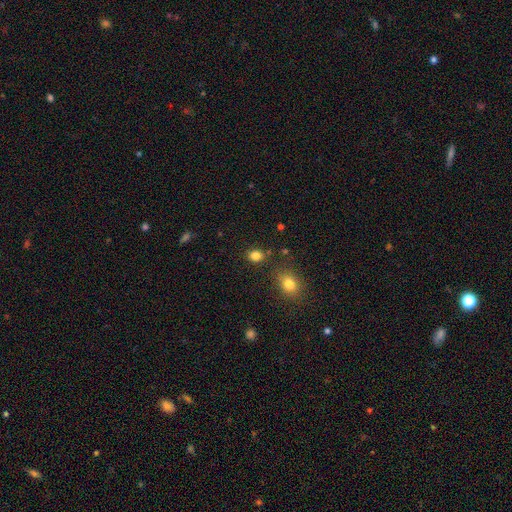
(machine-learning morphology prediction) Overall: smooth (83%). How rounded: round (54%; in between 45%). Merging: none (82%).